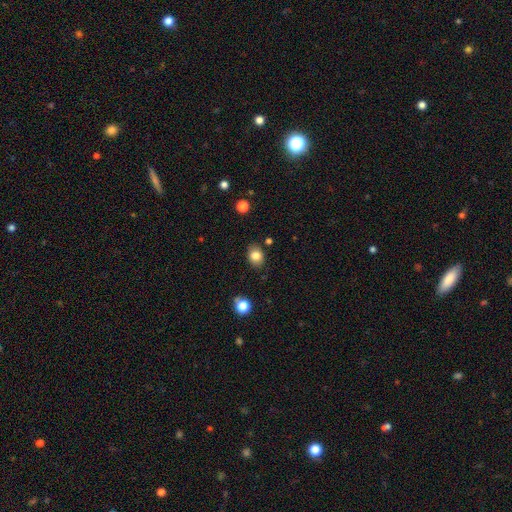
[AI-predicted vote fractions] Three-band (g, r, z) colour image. It shows a smooth galaxy with no disk features (82%) that is in between round and cigar-shaped (63%). Merging: none (83%).